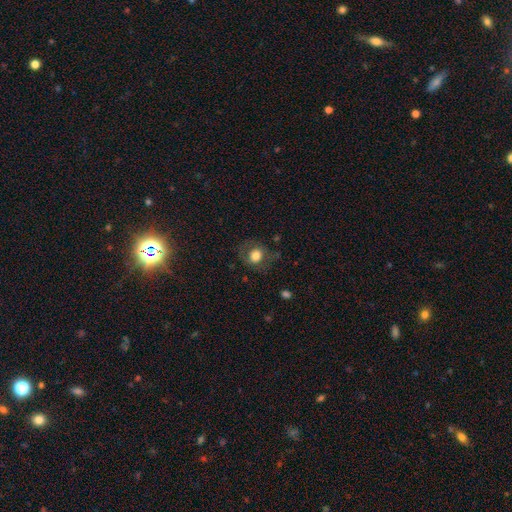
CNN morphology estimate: A smooth galaxy with no disk features (72%) that is round (68%). Merging: none (68%).